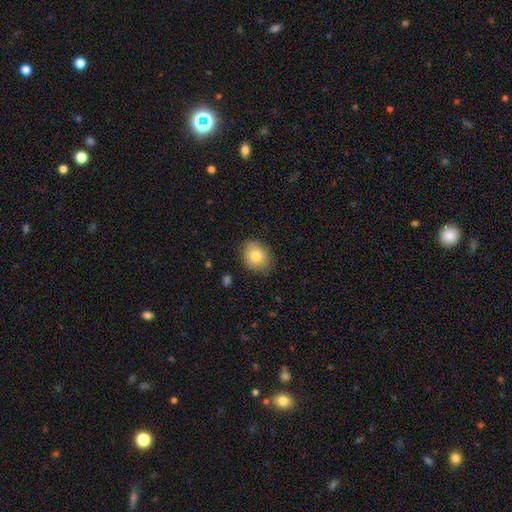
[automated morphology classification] Smooth or featured? smooth (79%)
How rounded? round (60%)
Merging? none (77%)